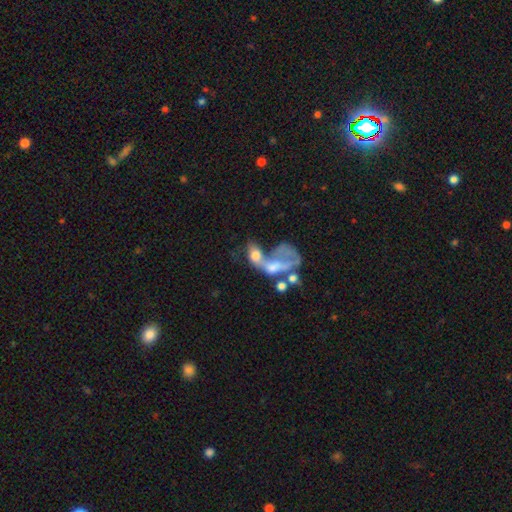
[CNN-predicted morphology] A featured or disk galaxy (44%). Merging: merger (62%).